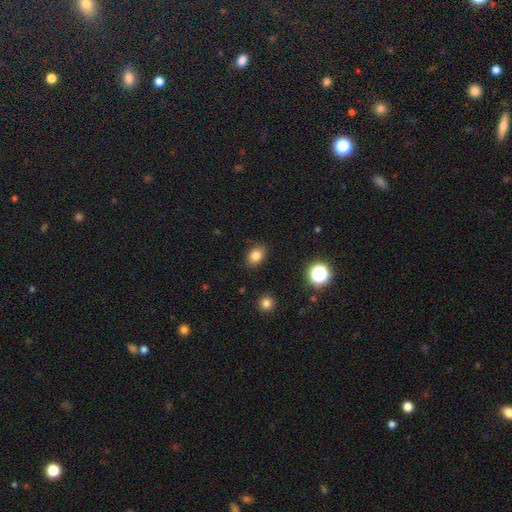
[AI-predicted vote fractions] A smooth galaxy with no disk features (81%) that is in between round and cigar-shaped (69%). Merging: none (86%).